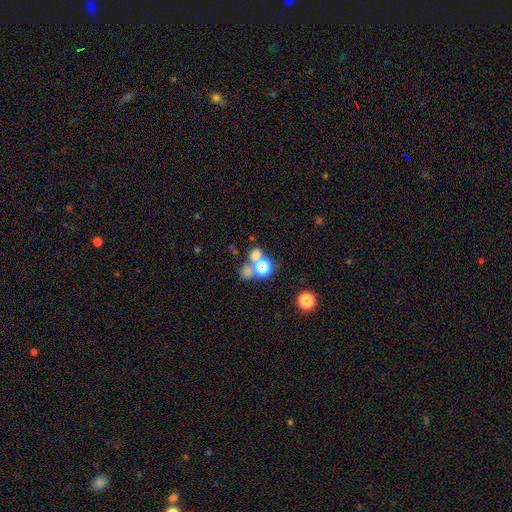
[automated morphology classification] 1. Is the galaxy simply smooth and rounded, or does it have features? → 65% smooth, 24% star or artifact, 11% featured or disk.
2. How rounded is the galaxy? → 79% round, 20% in between, 1% cigar-shaped.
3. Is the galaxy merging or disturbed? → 47% none, 41% merger, 7% minor disturbance, 5% major disturbance.